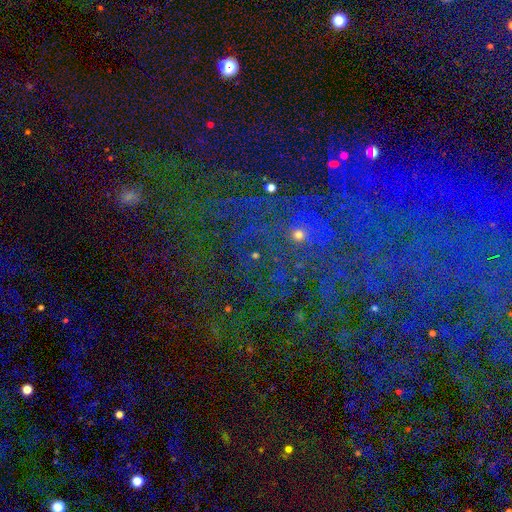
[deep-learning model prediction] Overall: star or artifact (69%).